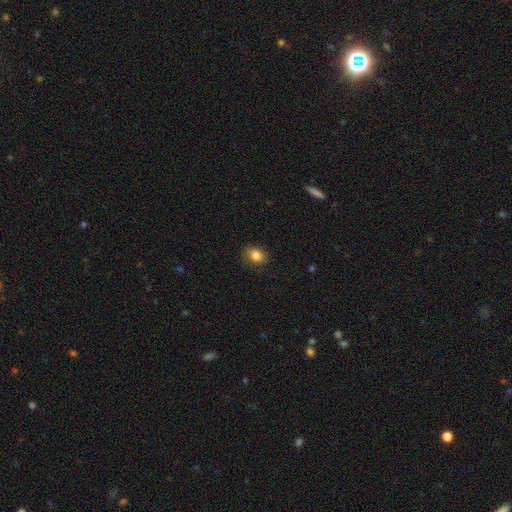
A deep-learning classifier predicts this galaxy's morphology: smooth-or-featured: smooth: 84% | star or artifact: 10% | featured or disk: 6%
  how-rounded: in between: 57% | round: 42% | cigar-shaped: 1%
  merging: none: 81% | minor disturbance: 15% | major disturbance: 3% | merger: 1%